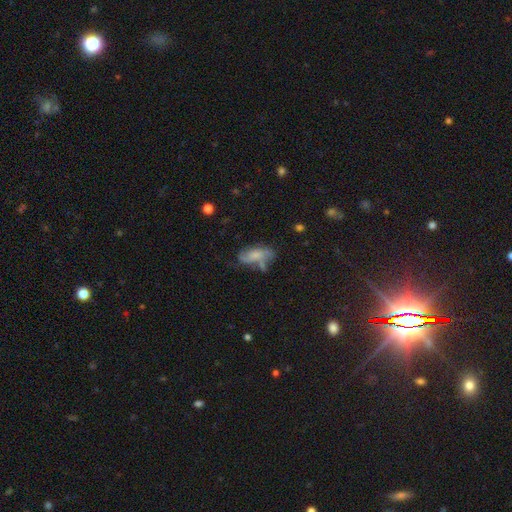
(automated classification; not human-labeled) smooth 49%, featured or disk 41%, star or artifact 10%. Down the decision tree: merging — none (42%).